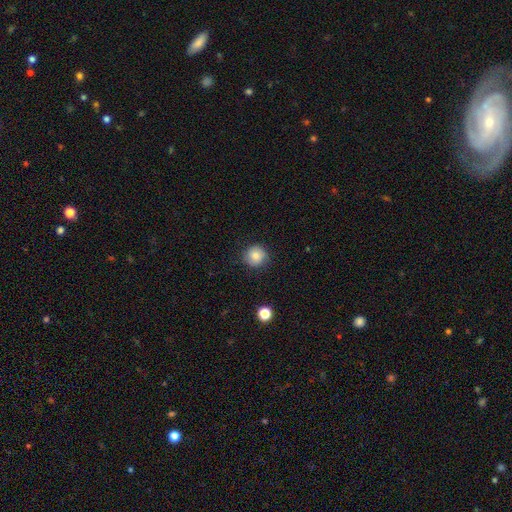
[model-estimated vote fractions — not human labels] Q: Smooth or featured?
A: smooth (81%); runner-up: star or artifact (10%)
Q: How rounded?
A: round (92%); runner-up: in between (7%)
Q: Merging?
A: none (85%); runner-up: minor disturbance (11%)